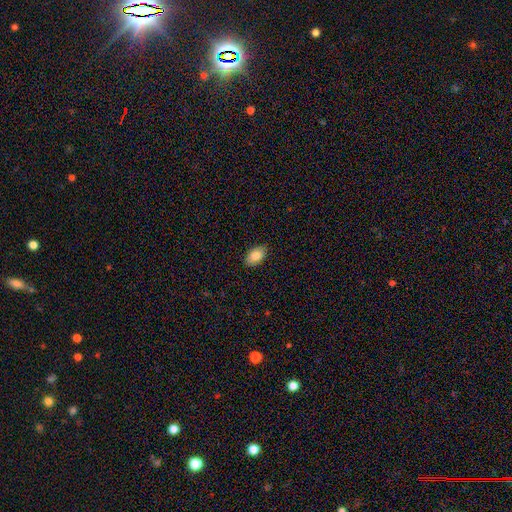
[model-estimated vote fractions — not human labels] A smooth galaxy with no disk features (83%) that is in between round and cigar-shaped (92%).

Vote fractions:
- Smooth or featured? smooth: 83% / featured or disk: 10% / star or artifact: 7%
- How rounded? in between: 92% / round: 6% / cigar-shaped: 2%
- Merging? none: 88% / minor disturbance: 9% / major disturbance: 2% / merger: 1%